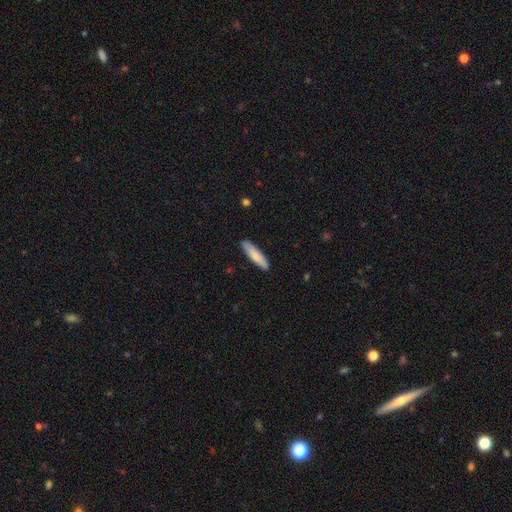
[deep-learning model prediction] smooth-or-featured: smooth: 78% | featured or disk: 17% | star or artifact: 5%
  how-rounded: cigar-shaped: 75% | in between: 23% | round: 1%
  merging: none: 88% | minor disturbance: 9% | major disturbance: 2% | merger: 1%